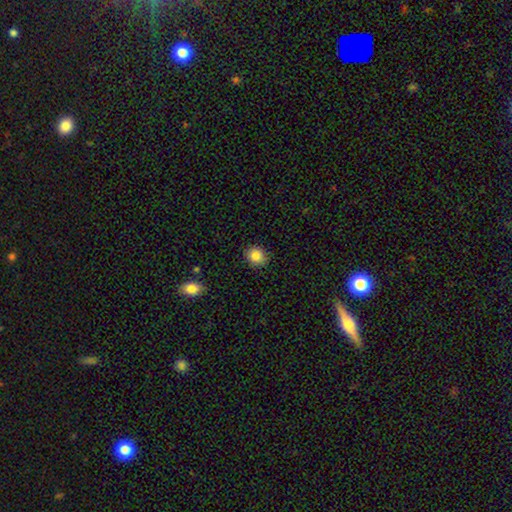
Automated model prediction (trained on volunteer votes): smooth_or_featured: smooth (p=0.86) [alt: star or artifact p=0.10]
how_rounded: round (p=0.76) [alt: in between p=0.23]
merging: none (p=0.89) [alt: minor disturbance p=0.08]